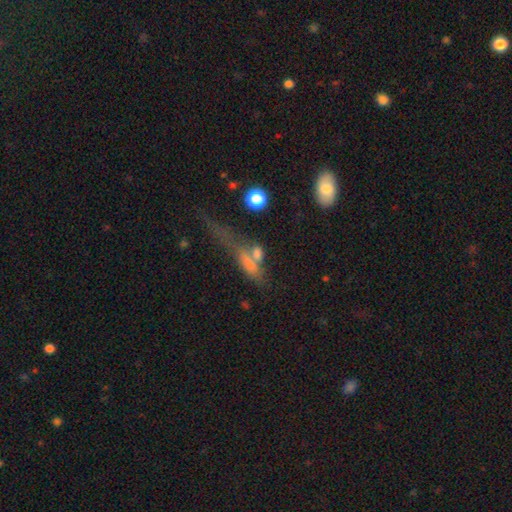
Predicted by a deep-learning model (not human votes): smooth 52%, featured or disk 31%, star or artifact 17%. Down the decision tree: how rounded — cigar-shaped (51%); merging — none (33%).